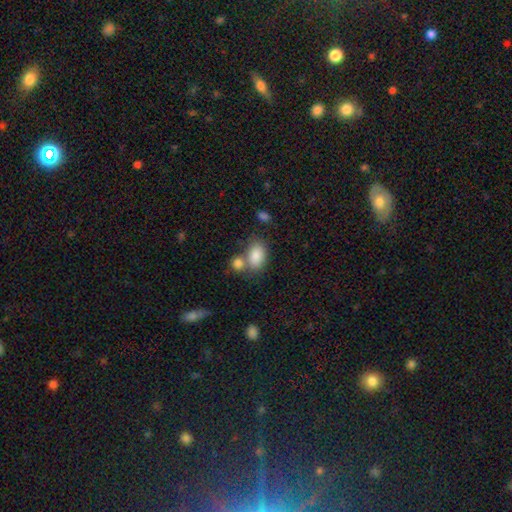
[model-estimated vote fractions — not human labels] Smooth or featured? Predicted: smooth (p=0.84). How rounded? Predicted: in between (p=0.88). Merging? Predicted: none (p=0.50).